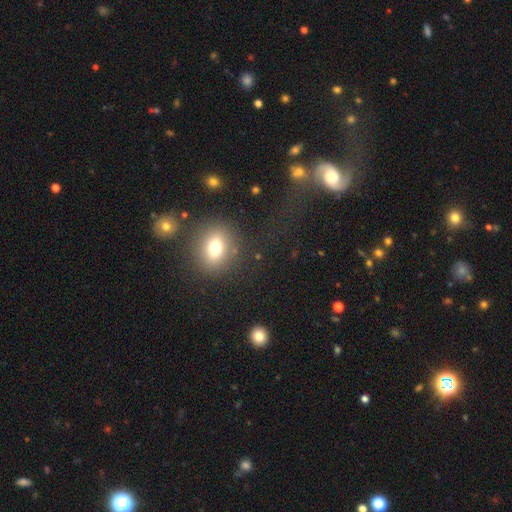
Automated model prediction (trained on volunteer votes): A smooth galaxy with no disk features (64%) that is in between round and cigar-shaped (52%). Merging: none (65%).